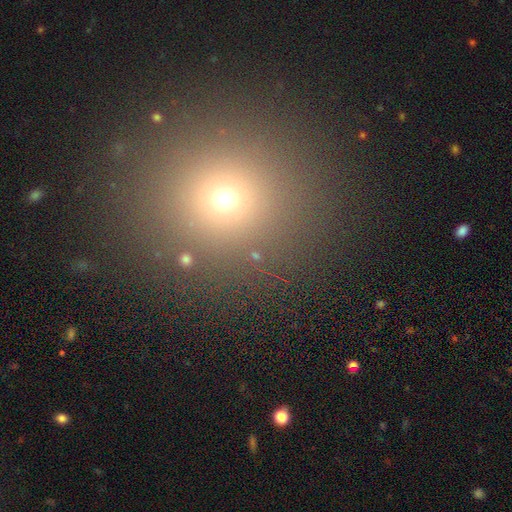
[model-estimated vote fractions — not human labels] A smooth galaxy with no disk features (57%) that is round (79%). Merging: none (80%).